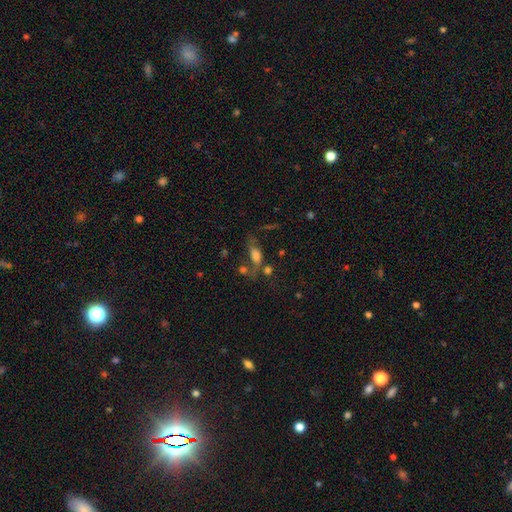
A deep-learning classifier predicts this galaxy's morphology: smooth_or_featured: smooth (p=0.54) [alt: featured or disk p=0.29]
how_rounded: in between (p=0.75) [alt: cigar-shaped p=0.14]
merging: none (p=0.35) [alt: major disturbance p=0.25]